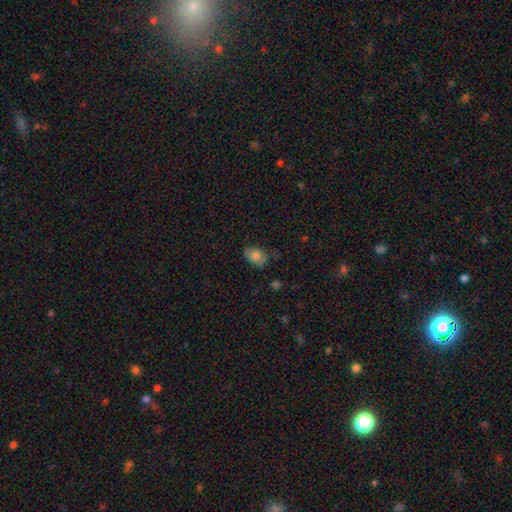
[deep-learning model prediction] This appears to be a smooth galaxy with no disk features (80%) that is in between round and cigar-shaped (77%). Merging: none (70%).